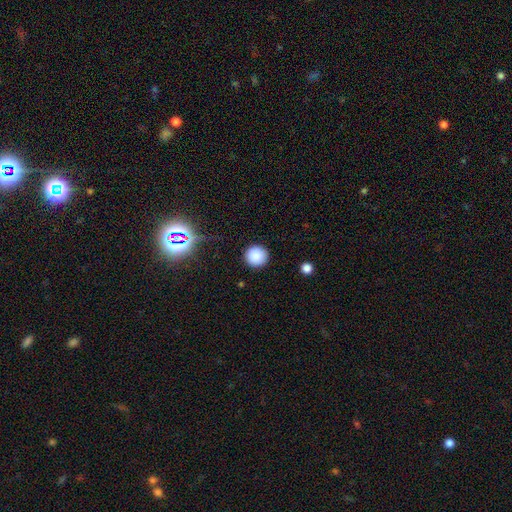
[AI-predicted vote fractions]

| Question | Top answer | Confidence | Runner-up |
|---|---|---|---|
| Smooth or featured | smooth | 86% | star or artifact (11%) |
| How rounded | round | 96% | in between (4%) |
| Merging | none | 91% | minor disturbance (6%) |